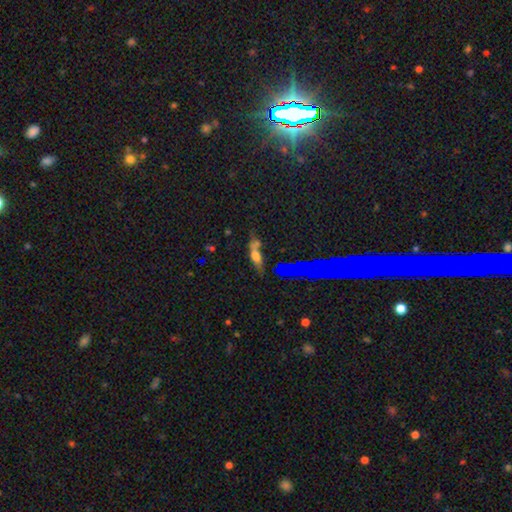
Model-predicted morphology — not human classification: smooth 48%, featured or disk 32%, star or artifact 20%. Down the decision tree: merging — none (52%).